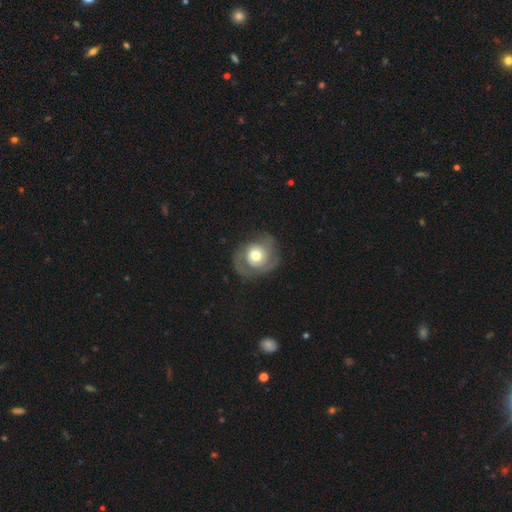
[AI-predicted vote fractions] Smooth or featured? featured or disk (58%)
Edge-on disk? no (97%)
Bar? no (83%)
Spiral arms? yes (70%)
Bulge size? moderate (62%)
Merging? none (56%)